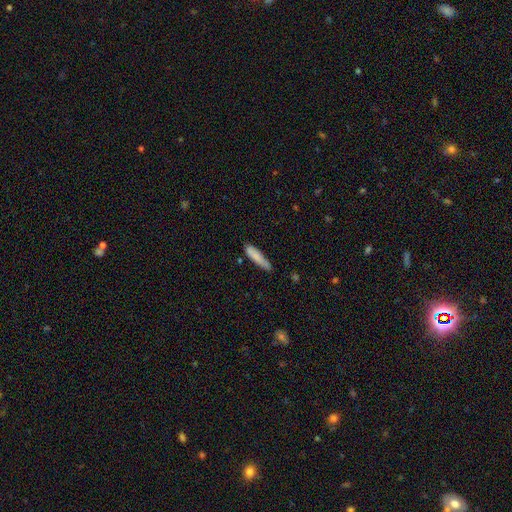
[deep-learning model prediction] The model was most divided on "merging": none: 68%, minor disturbance: 23%, major disturbance: 4%, merger: 4%. More confident: smooth or featured — smooth (80%); how rounded — cigar-shaped (77%).